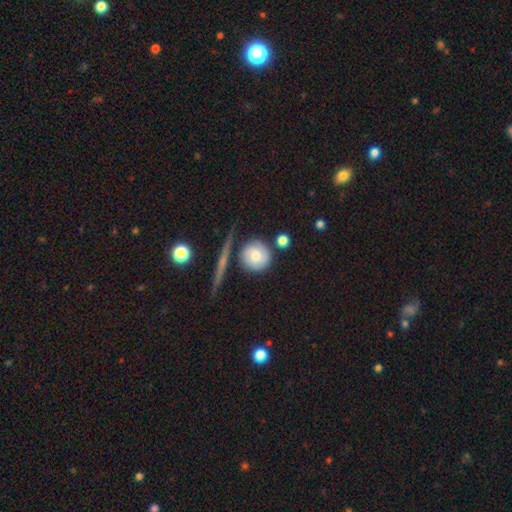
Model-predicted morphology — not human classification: The model was most divided on "smooth or featured": smooth: 68%, featured or disk: 25%, star or artifact: 7%. More confident: how rounded — round (91%); merging — none (69%).